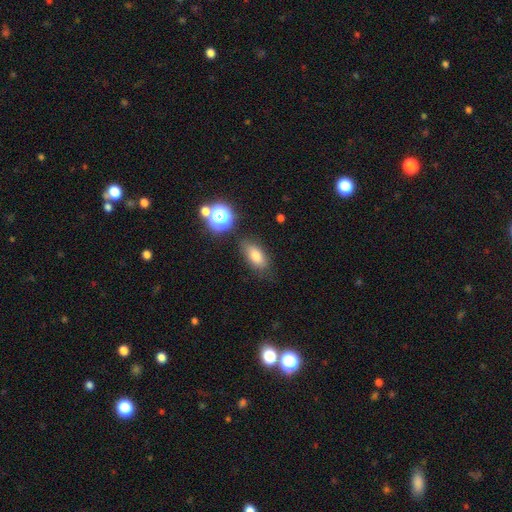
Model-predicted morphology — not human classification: Smooth or featured? Predicted: smooth (p=0.76). How rounded? Predicted: in between (p=0.83). Merging? Predicted: none (p=0.75).